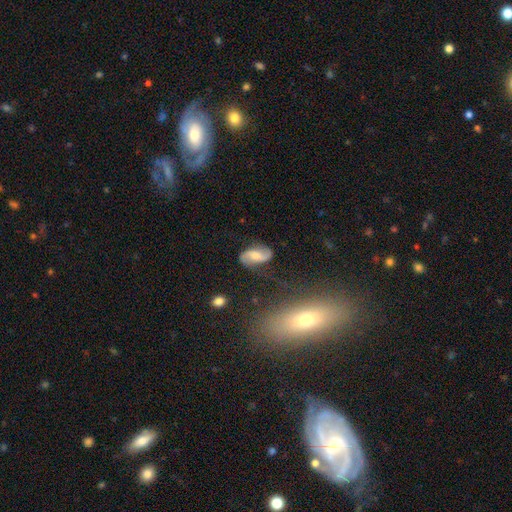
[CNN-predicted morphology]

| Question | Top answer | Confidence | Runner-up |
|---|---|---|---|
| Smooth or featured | featured or disk | 71% | smooth (22%) |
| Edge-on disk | no | 96% | yes (4%) |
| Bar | no | 44% | weak (41%) |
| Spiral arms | yes | 93% | no (7%) |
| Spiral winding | loose | 58% | medium (31%) |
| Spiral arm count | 2 | 92% | can't tell (3%) |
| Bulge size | moderate | 50% | small (34%) |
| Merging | none | 79% | minor disturbance (14%) |